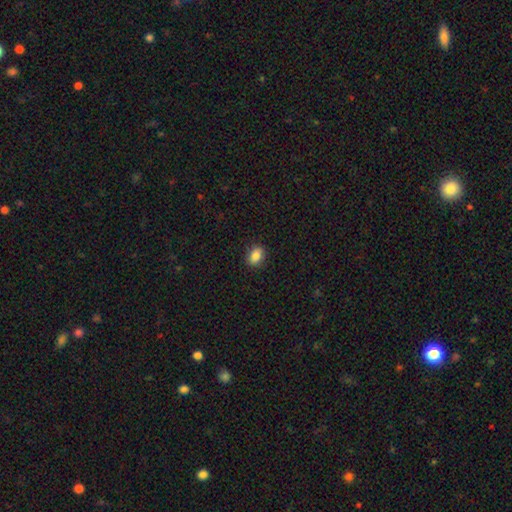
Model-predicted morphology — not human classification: Smooth or featured? smooth (85%)
How rounded? in between (72%)
Merging? none (89%)